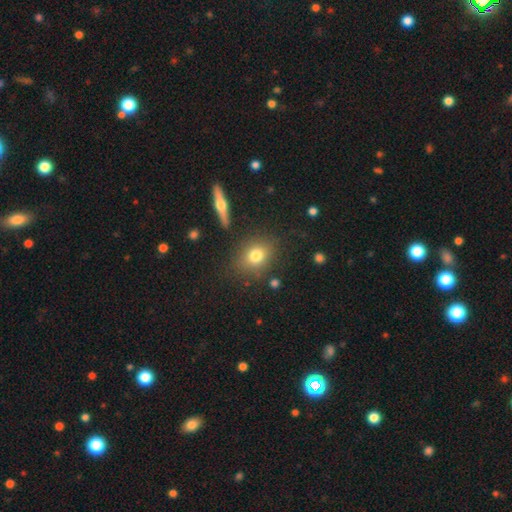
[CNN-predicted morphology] This is likely a smooth galaxy (76%). How rounded: possibly round (53%). Merging: clearly none (82%).